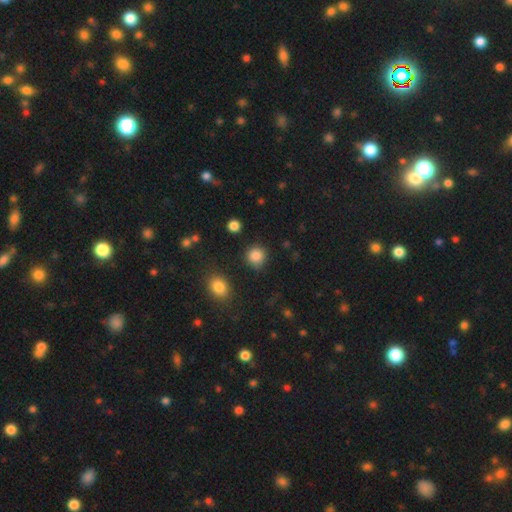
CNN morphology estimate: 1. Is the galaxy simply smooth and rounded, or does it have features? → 86% smooth, 10% star or artifact, 4% featured or disk.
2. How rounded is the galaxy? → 90% round, 9% in between, 1% cigar-shaped.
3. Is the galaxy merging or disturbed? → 84% none, 9% minor disturbance, 3% major disturbance, 3% merger.